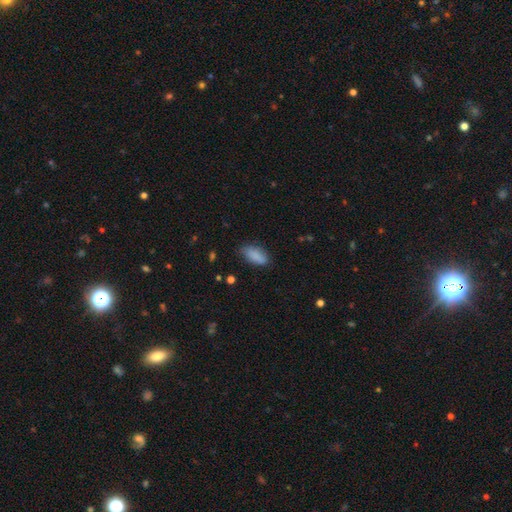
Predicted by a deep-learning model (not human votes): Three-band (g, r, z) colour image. It shows a smooth galaxy with no disk features (87%) that is in between round and cigar-shaped (87%). Merging: none (72%).